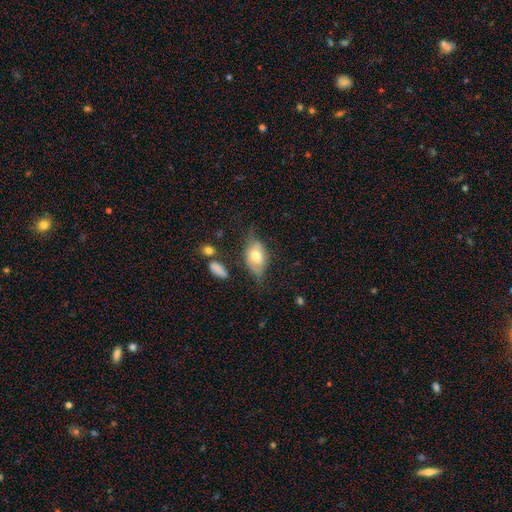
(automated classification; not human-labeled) Overall: smooth (64%; featured or disk 29%). How rounded: in between (87%). Merging: none (52%; minor disturbance 32%).